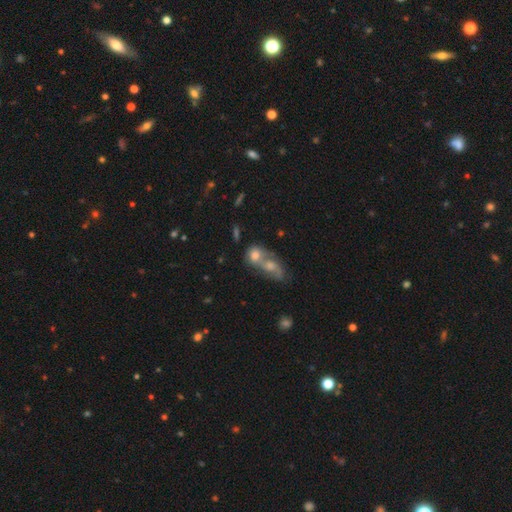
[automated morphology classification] Smooth or featured?
  - smooth: 51% *
  - featured or disk: 34%
  - star or artifact: 15%
How rounded?
  - in between: 49% *
  - round: 46%
  - cigar-shaped: 5%
Merging?
  - merger: 67% *
  - none: 21%
  - minor disturbance: 7%
  - major disturbance: 5%